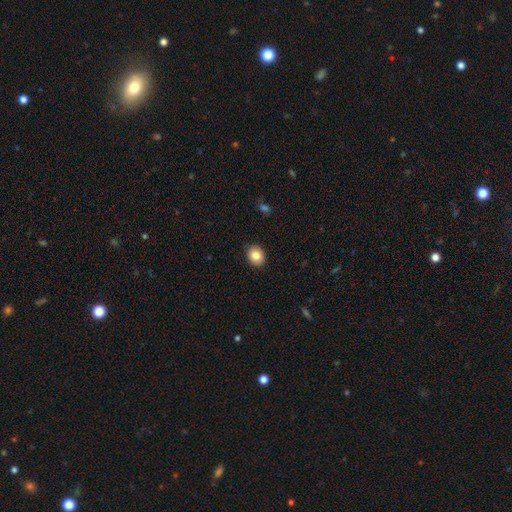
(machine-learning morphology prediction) Smooth or featured? Predicted: smooth (p=0.84). How rounded? Predicted: round (p=0.58). Merging? Predicted: none (p=0.89).